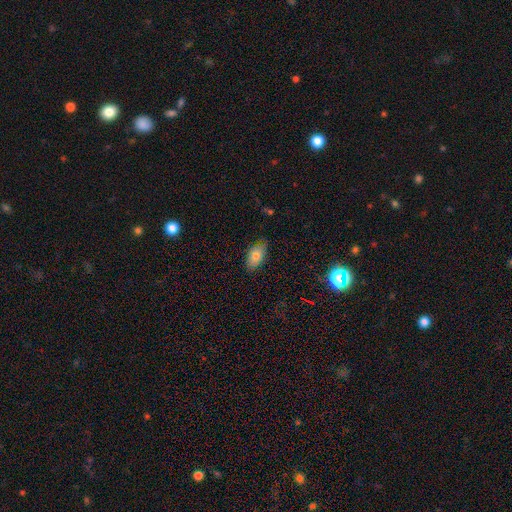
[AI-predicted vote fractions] Smooth or featured? Predicted: smooth (p=0.81). How rounded? Predicted: in between (p=0.93). Merging? Predicted: none (p=0.79).